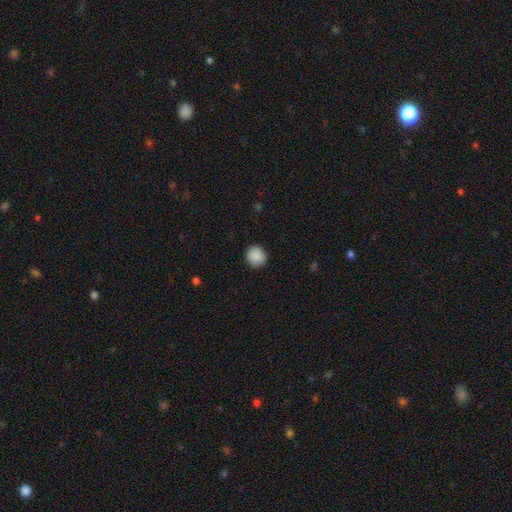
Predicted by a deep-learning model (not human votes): smooth 89%, star or artifact 8%, featured or disk 4%. Down the decision tree: how rounded — round (88%); merging — none (88%).